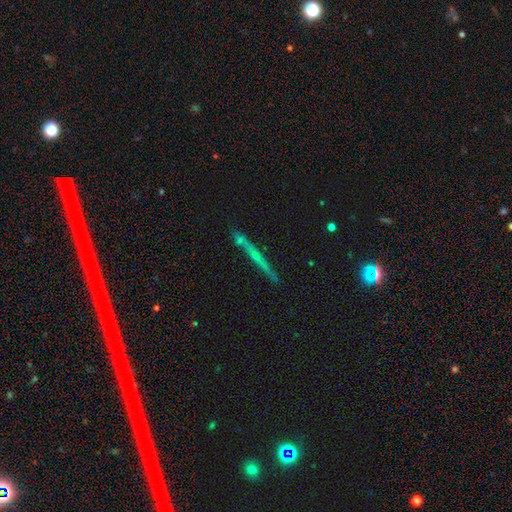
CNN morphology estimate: smooth-or-featured: featured or disk: 65% | smooth: 23% | star or artifact: 12%
  disk-edge-on: yes: 95% | no: 5%
    edge-on-bulge: none: 57% | rounded: 36% | boxy: 7%
  merging: none: 81% | minor disturbance: 12% | merger: 4% | major disturbance: 3%